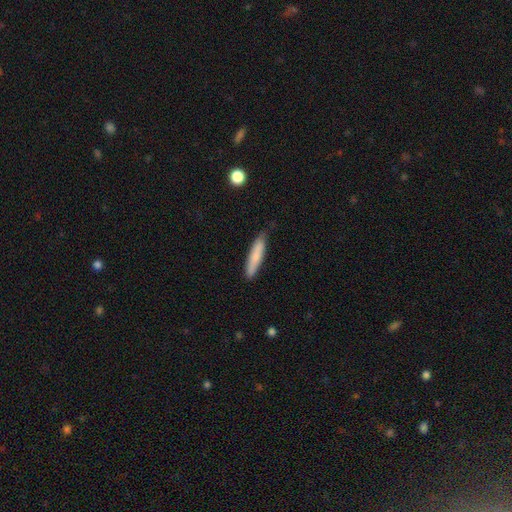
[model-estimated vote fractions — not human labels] This is likely a smooth galaxy (78%). How rounded: clearly cigar-shaped (87%). Merging: likely none (79%).